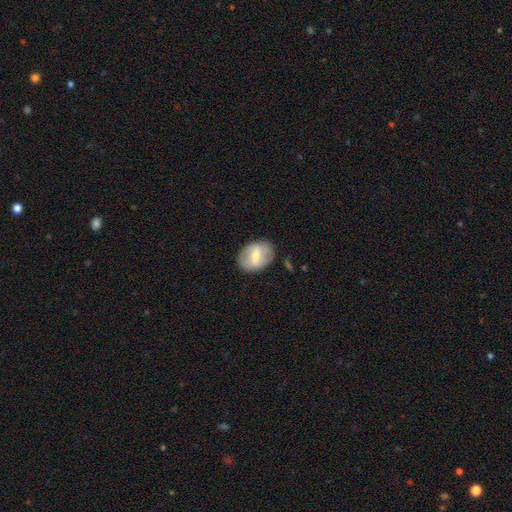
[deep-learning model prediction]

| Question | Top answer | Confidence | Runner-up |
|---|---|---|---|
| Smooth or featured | featured or disk | 51% | smooth (43%) |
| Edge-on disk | no | 92% | yes (8%) |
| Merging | none | 81% | minor disturbance (13%) |